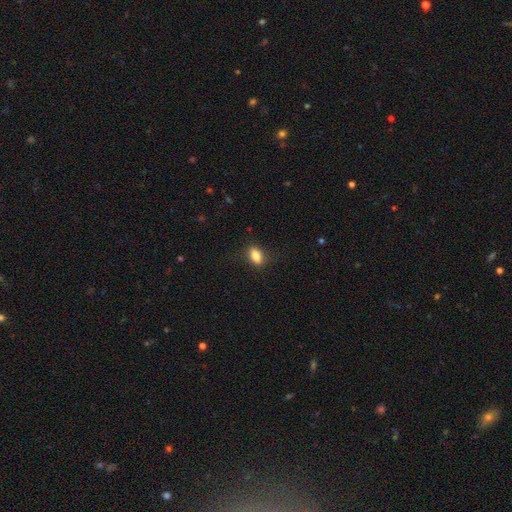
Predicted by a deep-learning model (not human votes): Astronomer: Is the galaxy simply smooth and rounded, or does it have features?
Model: smooth — 85%.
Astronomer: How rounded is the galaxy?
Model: in between — 85%.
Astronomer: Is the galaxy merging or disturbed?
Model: none — 84%.